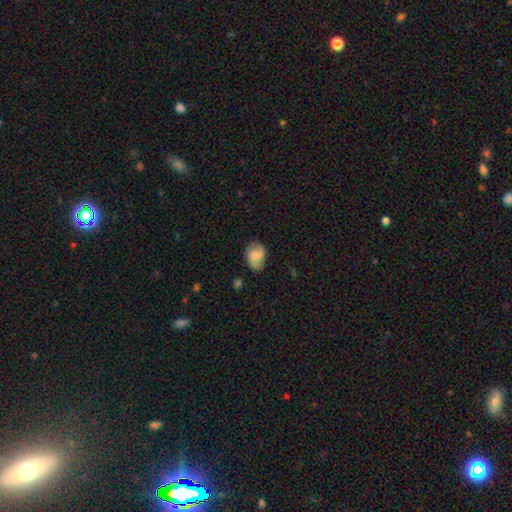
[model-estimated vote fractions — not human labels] The model was most divided on "smooth or featured": smooth: 52%, featured or disk: 40%, star or artifact: 8%. More confident: how rounded — in between (69%); merging — none (67%).